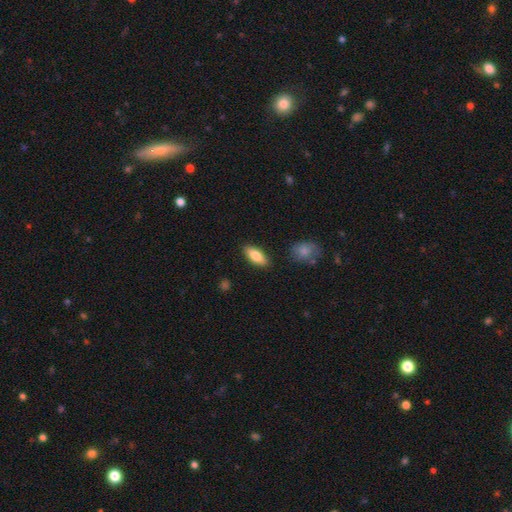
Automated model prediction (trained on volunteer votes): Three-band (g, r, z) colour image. It shows a smooth galaxy with no disk features (81%) that is in between round and cigar-shaped (82%). Merging: none (87%).